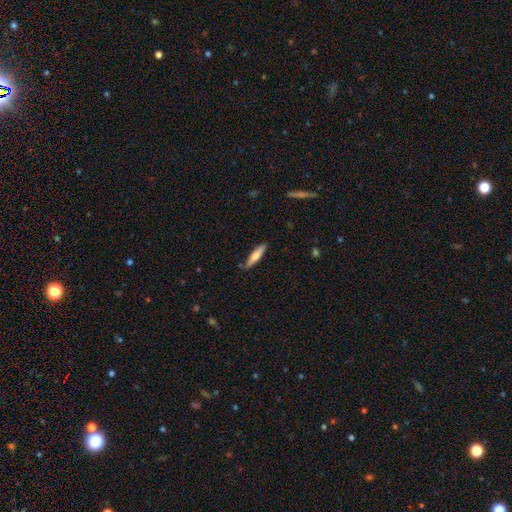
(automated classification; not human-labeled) Overall: smooth (66%; featured or disk 28%). How rounded: cigar-shaped (80%). Merging: none (84%).